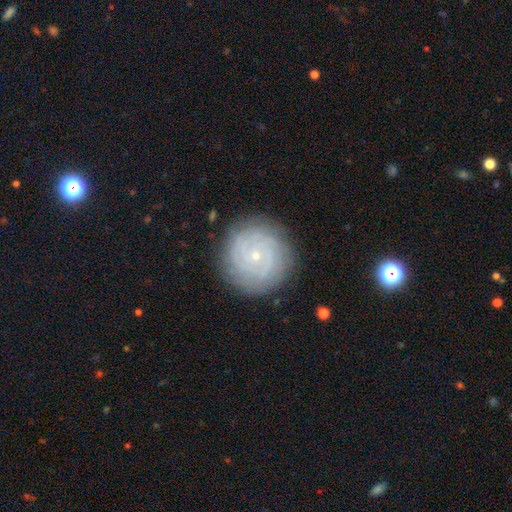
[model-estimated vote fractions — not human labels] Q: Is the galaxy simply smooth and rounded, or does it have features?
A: featured or disk — 76%.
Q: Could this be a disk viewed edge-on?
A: no — 98%.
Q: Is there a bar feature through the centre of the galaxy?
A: no — 79%.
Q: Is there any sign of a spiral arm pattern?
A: yes — 93%.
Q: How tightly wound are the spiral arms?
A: tight — 83%.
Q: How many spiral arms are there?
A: can't tell — 35%.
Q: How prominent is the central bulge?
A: small — 87%.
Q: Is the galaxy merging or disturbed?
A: none — 86%.